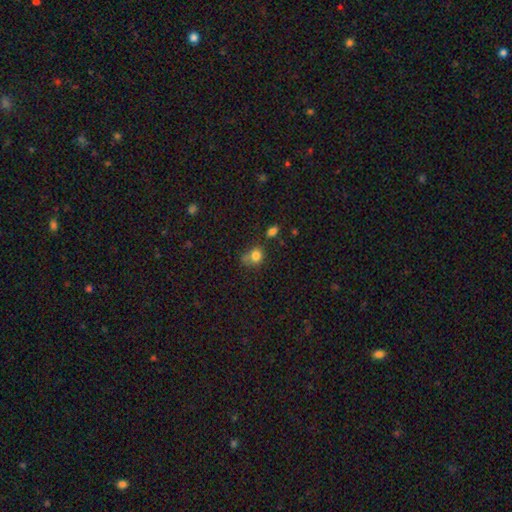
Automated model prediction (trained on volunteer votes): This is likely a smooth galaxy (79%). How rounded: possibly round (59%). Merging: marginally none (42%).